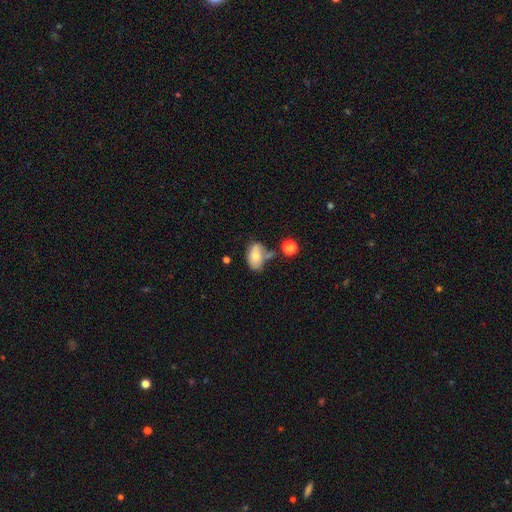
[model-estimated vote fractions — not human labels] Morphology: type=smooth (72%); roundness=in between (87%); merging=none (43%).